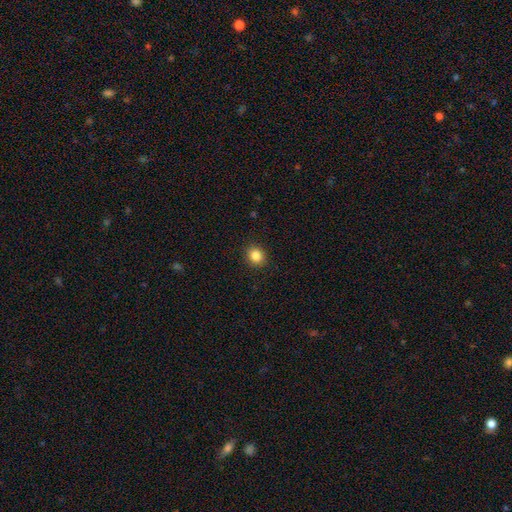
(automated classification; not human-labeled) A smooth galaxy with no disk features (85%) that is round (79%).

Vote fractions:
- Smooth or featured? smooth: 85% / star or artifact: 10% / featured or disk: 4%
- How rounded? round: 79% / in between: 20% / cigar-shaped: 1%
- Merging? none: 91% / minor disturbance: 6% / major disturbance: 2% / merger: 1%